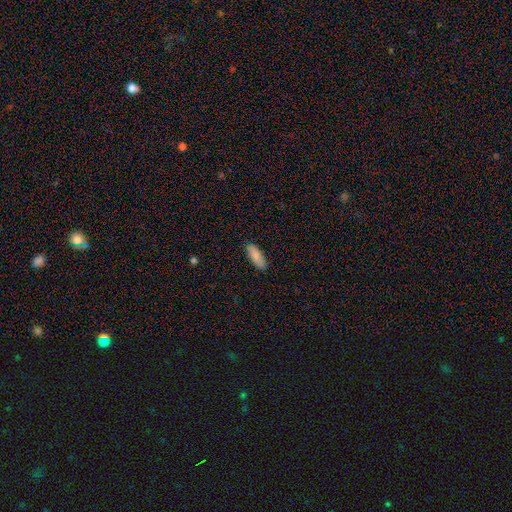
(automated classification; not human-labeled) Smooth or featured: smooth — 87% (featured or disk — 7%)
How rounded: in between — 68% (cigar-shaped — 31%)
Merging: none — 87% (minor disturbance — 10%)